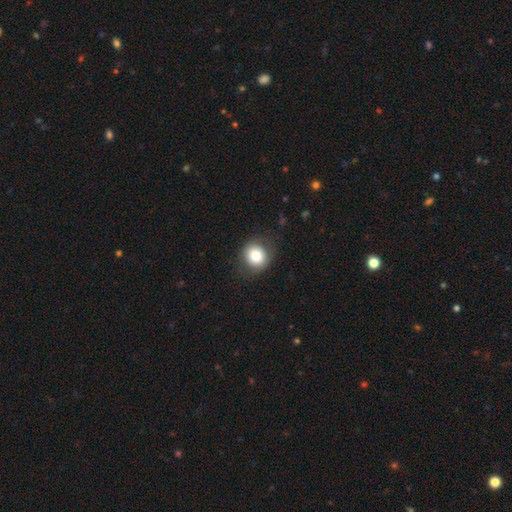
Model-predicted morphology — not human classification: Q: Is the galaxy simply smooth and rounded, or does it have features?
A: smooth — 78%.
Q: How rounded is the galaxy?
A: round — 85%.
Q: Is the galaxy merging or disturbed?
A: none — 83%.